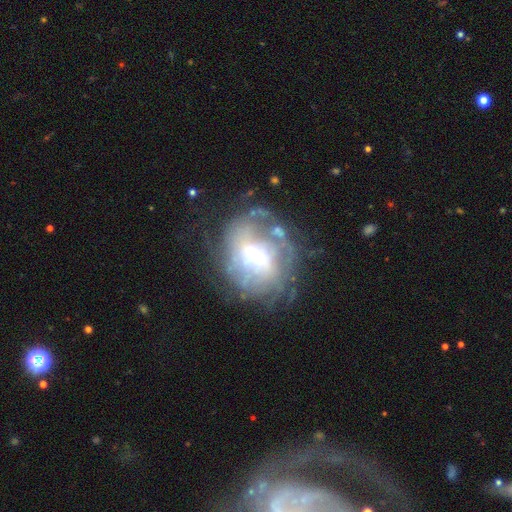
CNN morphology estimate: This is likely a featured or disk galaxy (69%). It is clearly not viewed edge-on (96%). Bar: marginally weak (41%). Spiral arm pattern: likely yes (63%). Central bulge: likely moderate (61%). Merging: possibly none (53%).